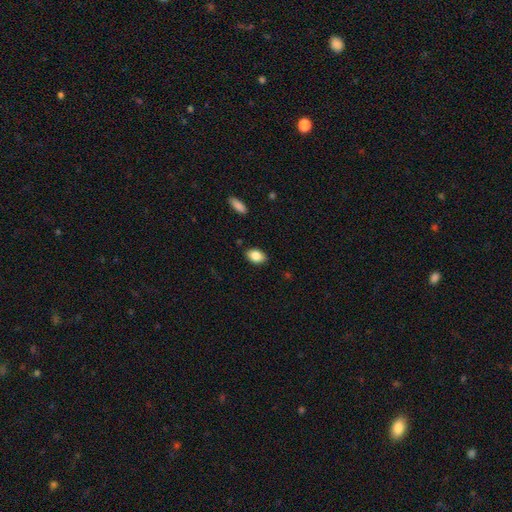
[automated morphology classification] smooth 85%, star or artifact 7%, featured or disk 7%. Down the decision tree: how rounded — in between (87%); merging — none (86%).